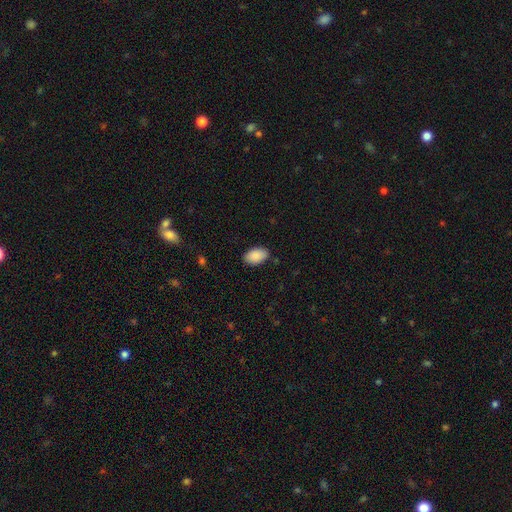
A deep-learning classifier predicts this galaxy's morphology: Overall: smooth (89%). How rounded: in between (92%). Merging: none (87%).